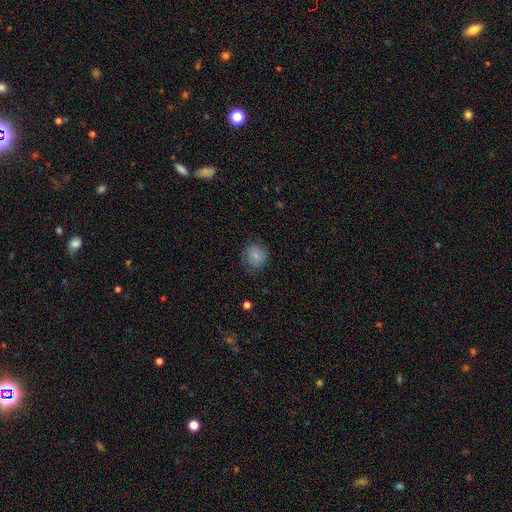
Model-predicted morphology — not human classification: smooth-or-featured: smooth: 83% | star or artifact: 9% | featured or disk: 8%
  how-rounded: round: 81% | in between: 18% | cigar-shaped: 1%
  merging: none: 80% | minor disturbance: 15% | major disturbance: 5% | merger: 1%